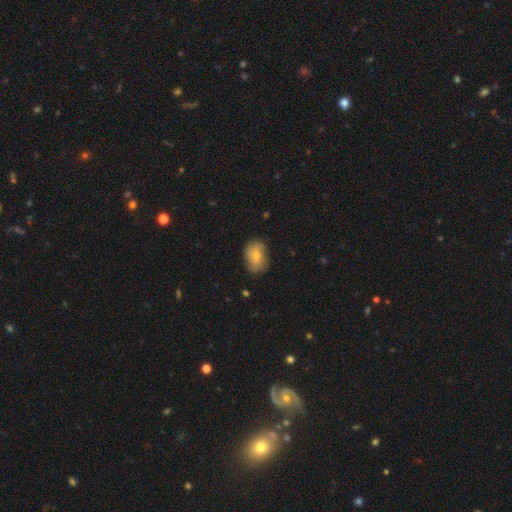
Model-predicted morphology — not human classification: Smooth or featured? Predicted: smooth (p=0.74). How rounded? Predicted: in between (p=0.80). Merging? Predicted: none (p=0.71).